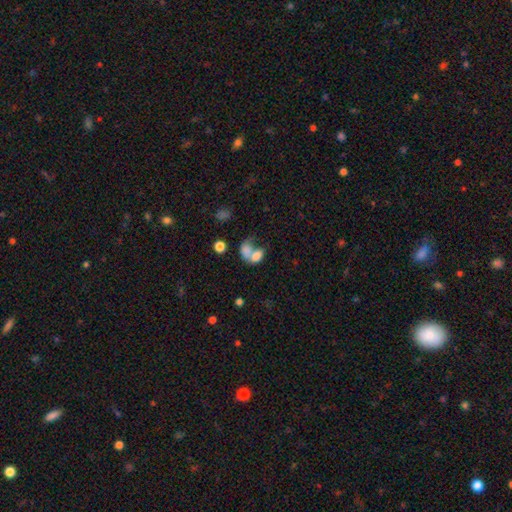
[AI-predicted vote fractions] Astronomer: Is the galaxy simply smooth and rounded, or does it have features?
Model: smooth — 71%.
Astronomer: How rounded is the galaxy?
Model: in between — 80%.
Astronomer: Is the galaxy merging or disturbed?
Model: merger — 66%.